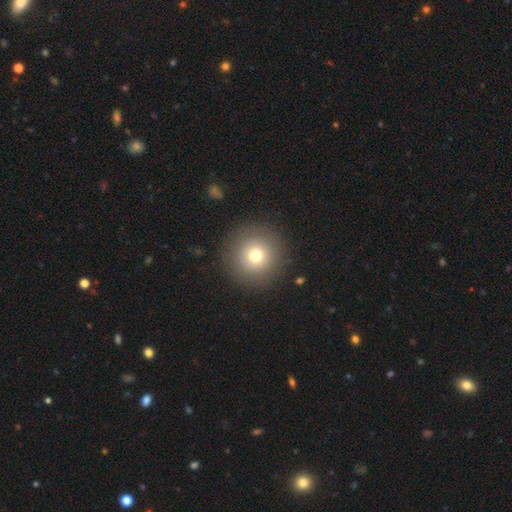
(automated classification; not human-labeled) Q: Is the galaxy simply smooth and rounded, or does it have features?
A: smooth — 74%.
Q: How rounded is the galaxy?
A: round — 96%.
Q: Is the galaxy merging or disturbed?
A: none — 89%.